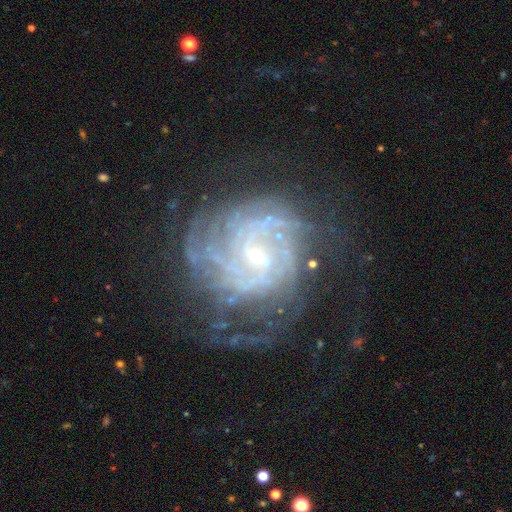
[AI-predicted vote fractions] Smooth or featured?
  - featured or disk: 86% *
  - star or artifact: 8%
  - smooth: 6%
Edge-on disk?
  - no: 97% *
  - yes: 3%
Bar?
  - no: 51% *
  - weak: 39%
  - strong: 10%
Spiral arms?
  - yes: 95% *
  - no: 5%
Spiral winding?
  - tight: 68% *
  - medium: 25%
  - loose: 6%
Spiral arm count?
  - can't tell: 37% *
  - 4: 18%
  - 2: 13%
  - more than 4: 13%
  - 3: 12%
  - 1: 7%
Bulge size?
  - small: 80% *
  - moderate: 15%
  - none: 3%
  - large: 1%
  - dominant: 1%
Merging?
  - none: 64% *
  - minor disturbance: 19%
  - major disturbance: 15%
  - merger: 2%